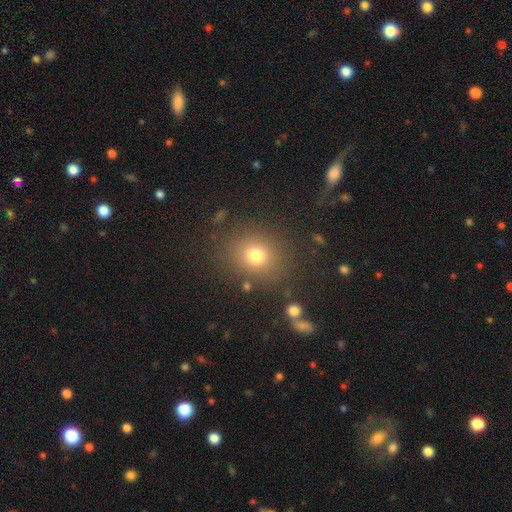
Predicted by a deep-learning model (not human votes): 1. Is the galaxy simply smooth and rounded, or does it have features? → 75% smooth, 16% star or artifact, 9% featured or disk.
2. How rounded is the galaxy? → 72% round, 27% in between, 1% cigar-shaped.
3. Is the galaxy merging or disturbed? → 83% none, 10% minor disturbance, 4% major disturbance, 3% merger.